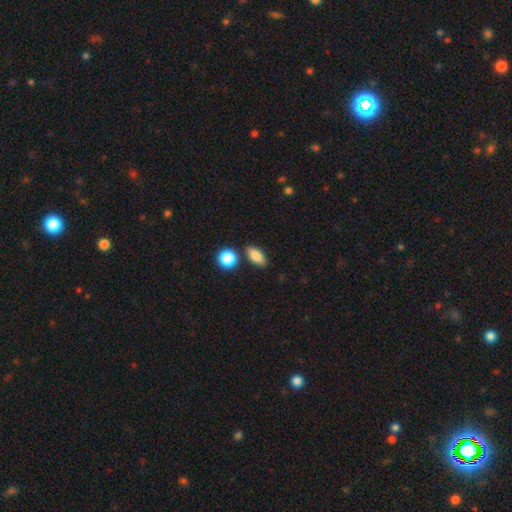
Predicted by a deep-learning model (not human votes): smooth_or_featured: smooth (p=0.83) [alt: featured or disk p=0.09]
how_rounded: in between (p=0.79) [alt: cigar-shaped p=0.10]
merging: none (p=0.80) [alt: minor disturbance p=0.11]